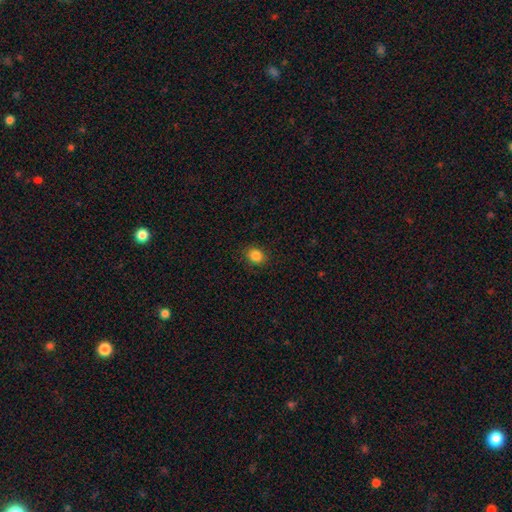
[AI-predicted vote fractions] A smooth galaxy with no disk features (86%) that is round (65%). Merging: none (89%).